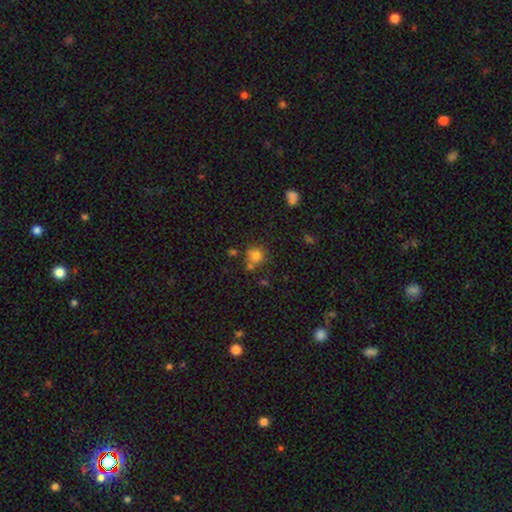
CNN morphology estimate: Smooth or featured? smooth (75%)
How rounded? round (84%)
Merging? none (57%)